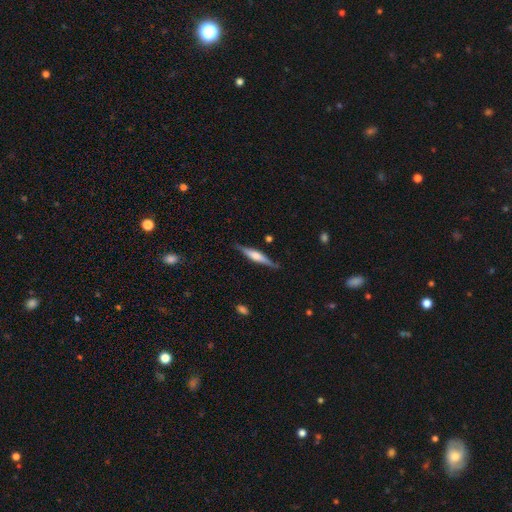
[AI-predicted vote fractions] Smooth or featured? Predicted: featured or disk (p=0.63). Edge-on disk? Predicted: yes (p=0.97). Edge-on bulge? Predicted: rounded (p=0.68). Merging? Predicted: none (p=0.86).